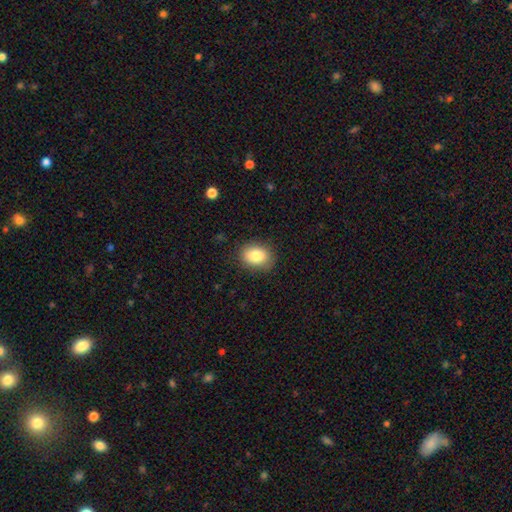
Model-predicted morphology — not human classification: A smooth galaxy with no disk features (84%) that is in between round and cigar-shaped (65%).

Vote fractions:
- Smooth or featured? smooth: 84% / star or artifact: 8% / featured or disk: 7%
- How rounded? in between: 65% / round: 34% / cigar-shaped: 1%
- Merging? none: 85% / minor disturbance: 11% / major disturbance: 3% / merger: 1%